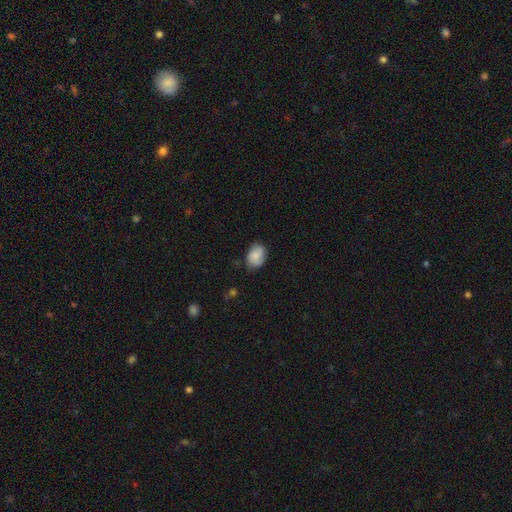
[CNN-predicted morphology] smooth_or_featured: smooth (p=0.76) [alt: featured or disk p=0.17]
how_rounded: in between (p=0.72) [alt: round p=0.27]
merging: none (p=0.69) [alt: minor disturbance p=0.24]